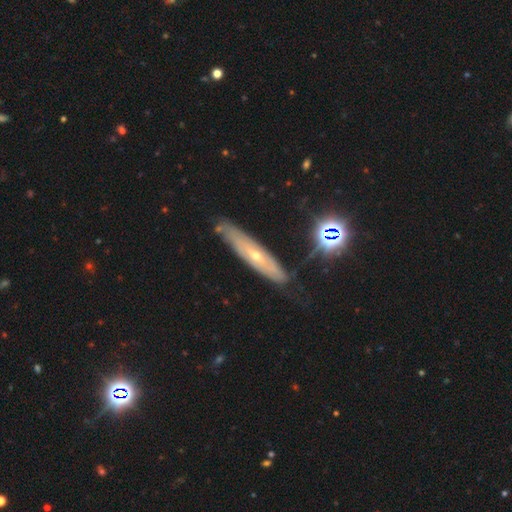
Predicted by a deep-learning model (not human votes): Smooth or featured? Predicted: featured or disk (p=0.64). Edge-on disk? Predicted: yes (p=0.55). Merging? Predicted: none (p=0.75).